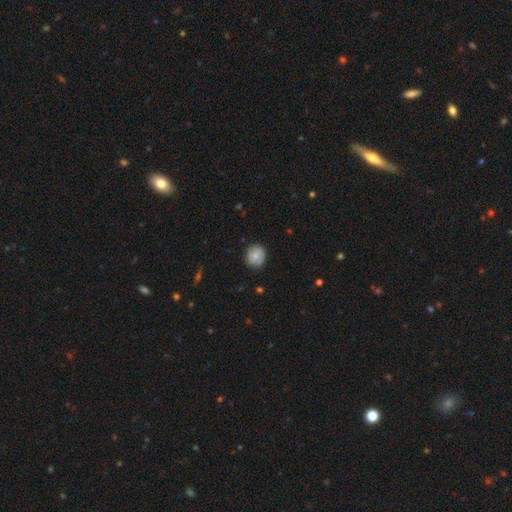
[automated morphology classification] smooth 69%, featured or disk 24%, star or artifact 7%. Down the decision tree: how rounded — round (86%); merging — none (80%).